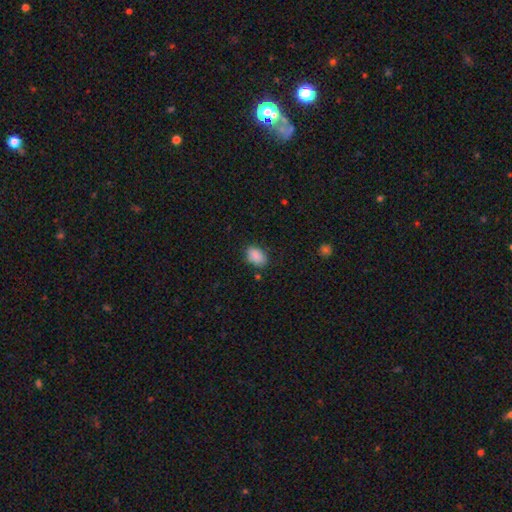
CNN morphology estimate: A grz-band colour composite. It shows a smooth galaxy with no disk features (89%) that is in between round and cigar-shaped (86%). Merging: none (79%).